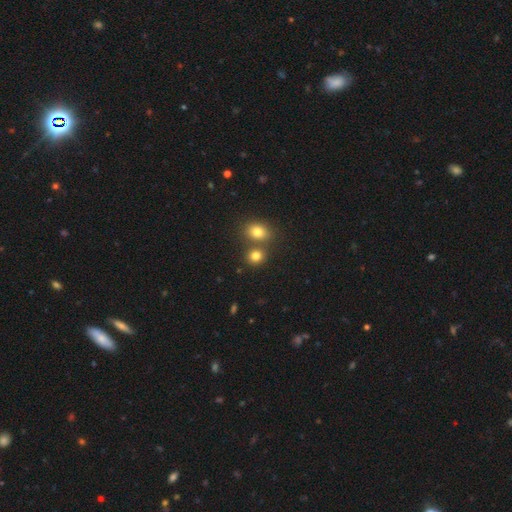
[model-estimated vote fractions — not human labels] A smooth galaxy with no disk features (79%) that is round (74%). Merging: none (59%).